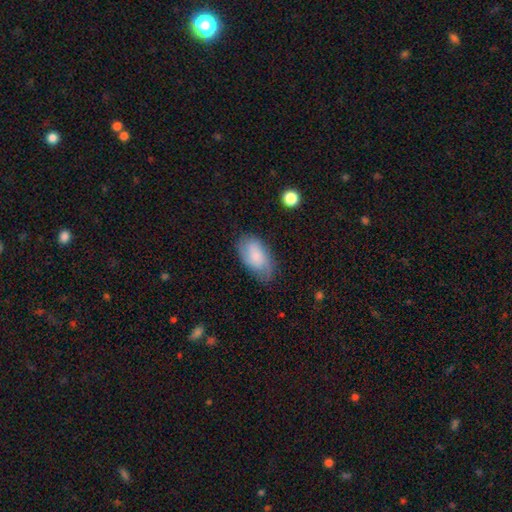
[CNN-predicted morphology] Q: Smooth or featured?
A: smooth (63%); runner-up: featured or disk (30%)
Q: How rounded?
A: in between (93%); runner-up: round (4%)
Q: Merging?
A: none (67%); runner-up: minor disturbance (25%)